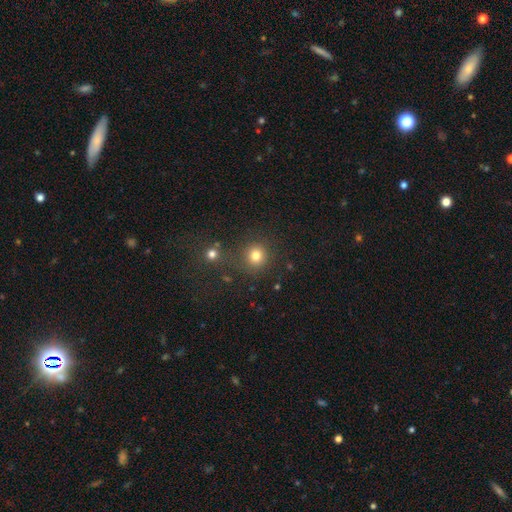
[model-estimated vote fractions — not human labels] Smooth or featured? smooth (79%)
How rounded? round (92%)
Merging? none (80%)